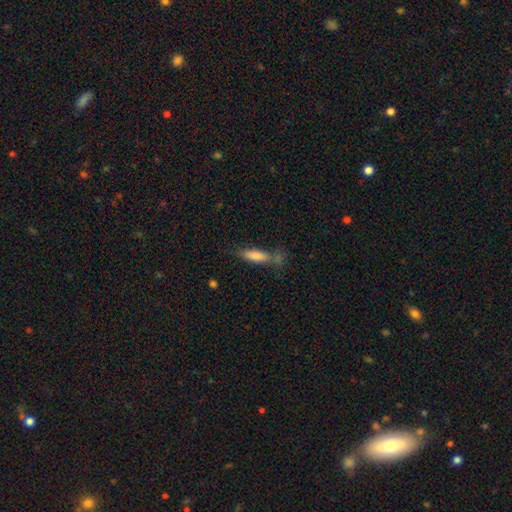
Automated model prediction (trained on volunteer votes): The model was most divided on "merging": none: 56%, minor disturbance: 21%, merger: 13%, major disturbance: 10%. More confident: smooth or featured — smooth (69%); how rounded — cigar-shaped (67%).